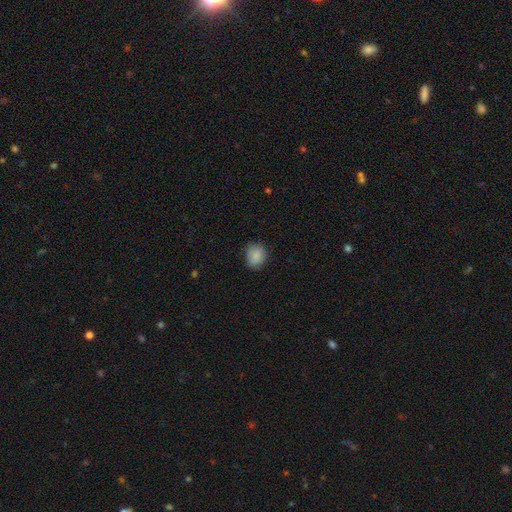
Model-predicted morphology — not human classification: smooth 86%, star or artifact 8%, featured or disk 6%. Down the decision tree: how rounded — round (70%); merging — none (76%).